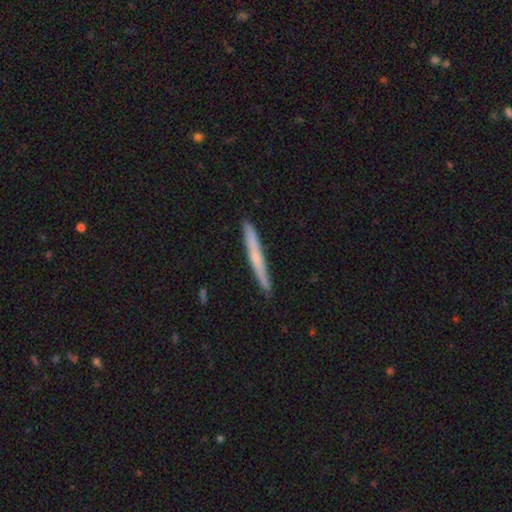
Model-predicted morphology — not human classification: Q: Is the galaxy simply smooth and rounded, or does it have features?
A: smooth — 50%.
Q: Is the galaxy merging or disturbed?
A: none — 91%.